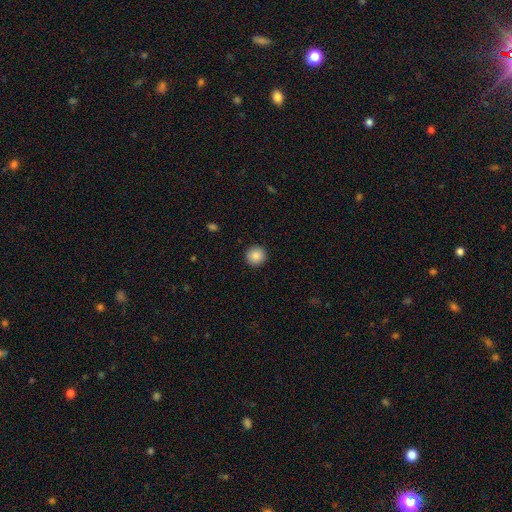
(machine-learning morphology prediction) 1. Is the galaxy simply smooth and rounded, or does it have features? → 87% smooth, 9% star or artifact, 4% featured or disk.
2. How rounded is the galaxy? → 94% round, 5% in between, 1% cigar-shaped.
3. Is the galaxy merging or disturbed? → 92% none, 5% minor disturbance, 2% major disturbance, 1% merger.